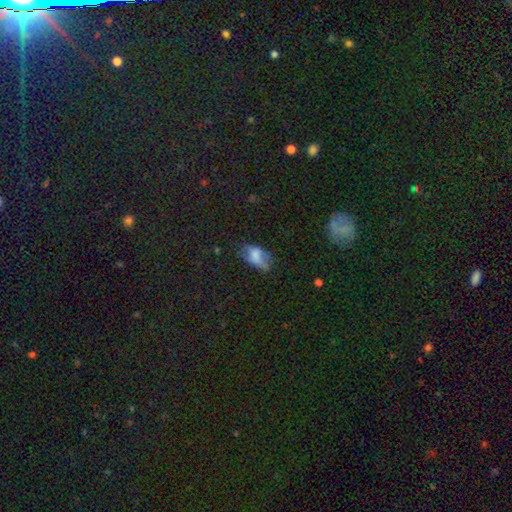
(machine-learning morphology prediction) The model was most divided on "merging" (2-way tie): none: 34%, minor disturbance: 34%, major disturbance: 27%, merger: 5%. More confident: how rounded — in between (89%); smooth or featured — smooth (67%).